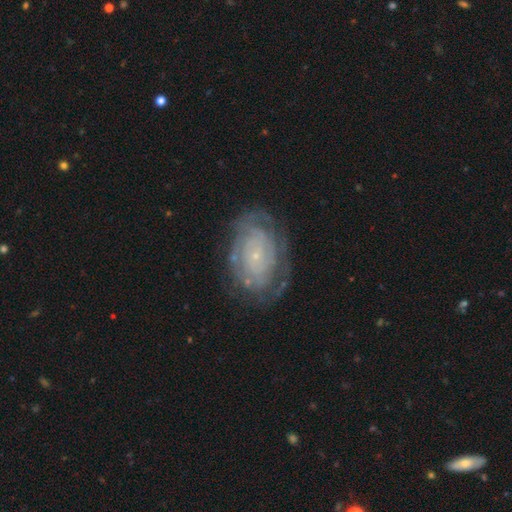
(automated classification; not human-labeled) This is likely a featured or disk galaxy (75%). It is clearly not viewed edge-on (96%). Bar: clearly no (80%). Spiral arm pattern: clearly yes (81%). Spiral arm count: possibly can't tell (57%). Spiral winding: likely tight (75%). Central bulge: clearly small (86%). Merging: likely none (72%).